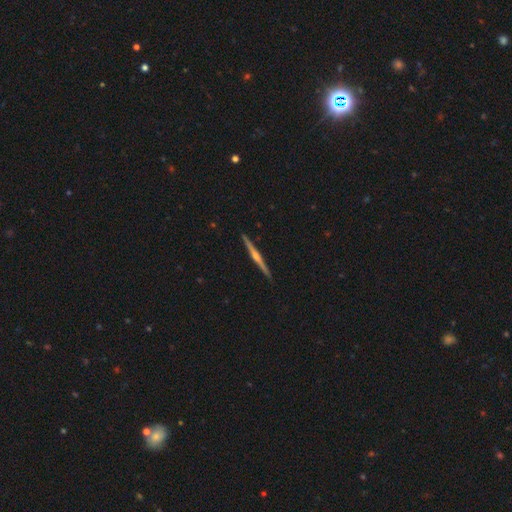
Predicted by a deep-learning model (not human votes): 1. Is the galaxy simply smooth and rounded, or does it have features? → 80% featured or disk, 14% smooth, 5% star or artifact.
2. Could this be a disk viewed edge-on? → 99% yes, 1% no.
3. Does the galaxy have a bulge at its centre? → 80% rounded, 13% none, 7% boxy.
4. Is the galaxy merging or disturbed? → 93% none, 5% minor disturbance, 1% major disturbance, 1% merger.